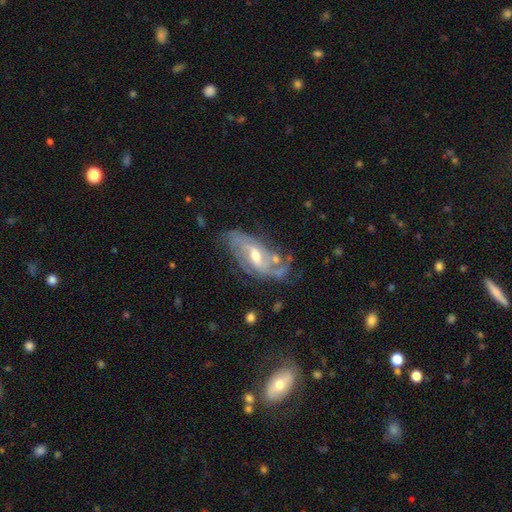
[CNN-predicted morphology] Overall: featured or disk (84%). Edge-on disk: no (93%). Bar: weak (52%; no 26%). Spiral arms: yes (91%). Spiral arm count: 2 (53%; can't tell 25%). Spiral winding: medium (44%; tight 28%). Bulge size: moderate (66%). Merging: none (55%; minor disturbance 24%).